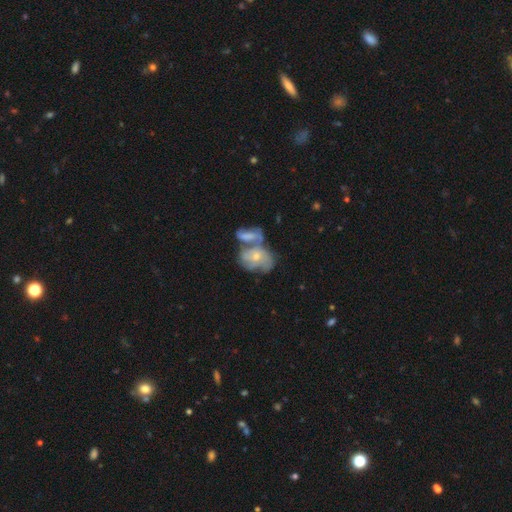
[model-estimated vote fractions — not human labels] Smooth or featured: featured or disk — 60% (smooth — 32%)
Edge-on disk: no — 96% (yes — 4%)
Bar: no — 75% (weak — 21%)
Spiral arms: yes — 65% (no — 35%)
Bulge size: small — 51% (moderate — 41%)
Merging: merger — 57% (none — 22%)